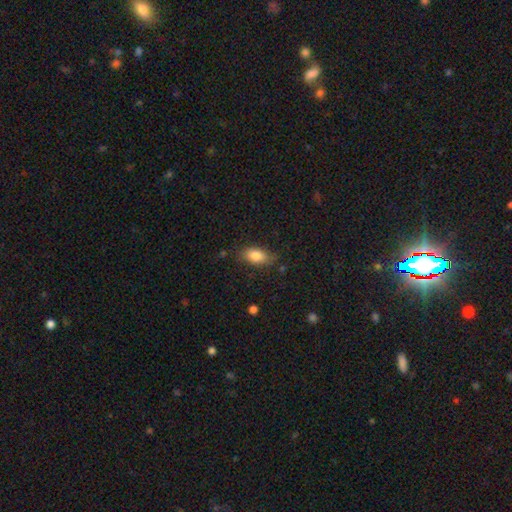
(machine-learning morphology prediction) This is clearly a smooth galaxy (82%). How rounded: clearly in between (89%). Merging: likely none (74%).